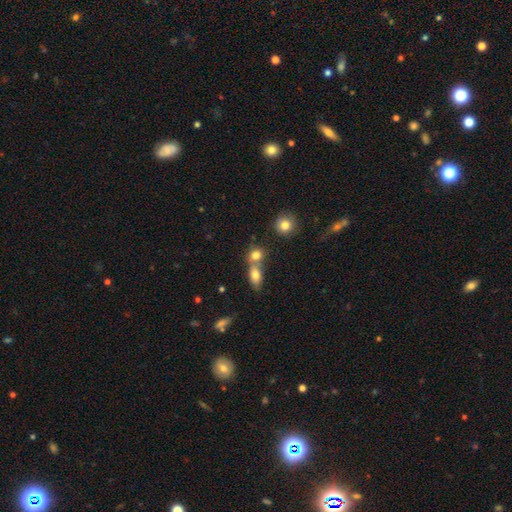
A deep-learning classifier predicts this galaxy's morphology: Smooth or featured? smooth (78%)
How rounded? round (52%)
Merging? merger (49%)